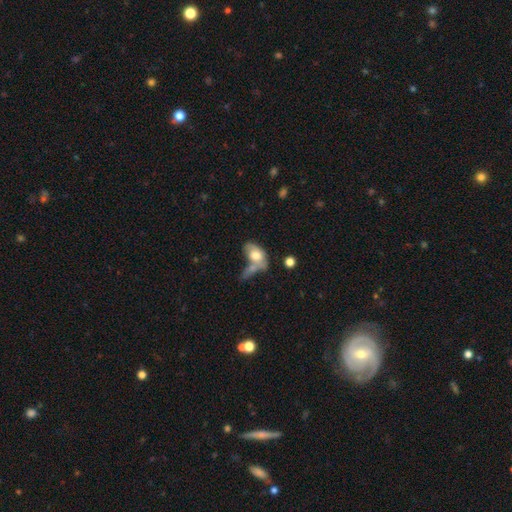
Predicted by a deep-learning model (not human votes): This appears to be a smooth galaxy with no disk features (66%) that is in between round and cigar-shaped (88%). Merging: merger (43%).